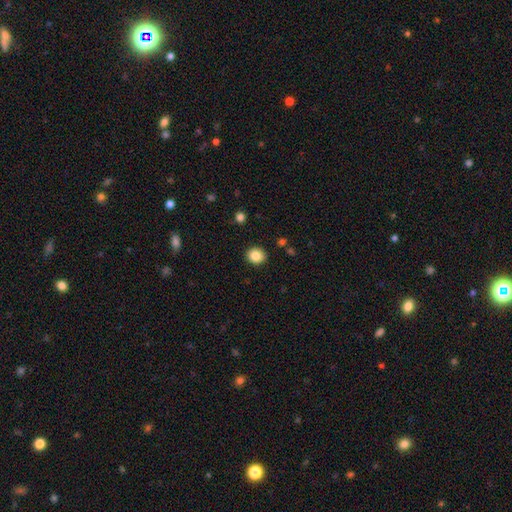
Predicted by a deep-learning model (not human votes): smooth 86%, star or artifact 10%, featured or disk 5%. Down the decision tree: how rounded — round (80%); merging — none (91%).